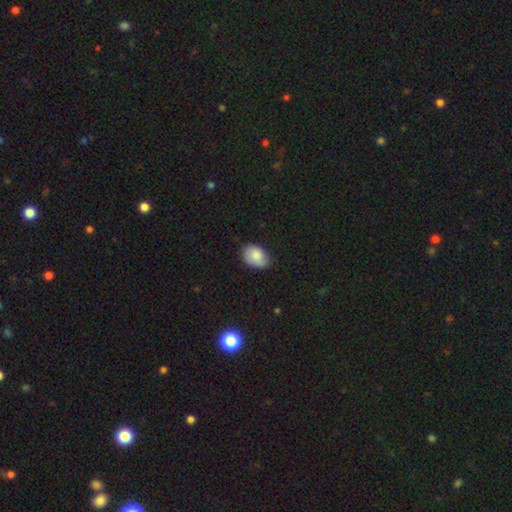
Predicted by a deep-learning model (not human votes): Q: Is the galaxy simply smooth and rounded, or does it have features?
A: smooth — 82%.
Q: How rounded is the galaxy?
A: in between — 77%.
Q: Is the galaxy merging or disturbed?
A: none — 67%.